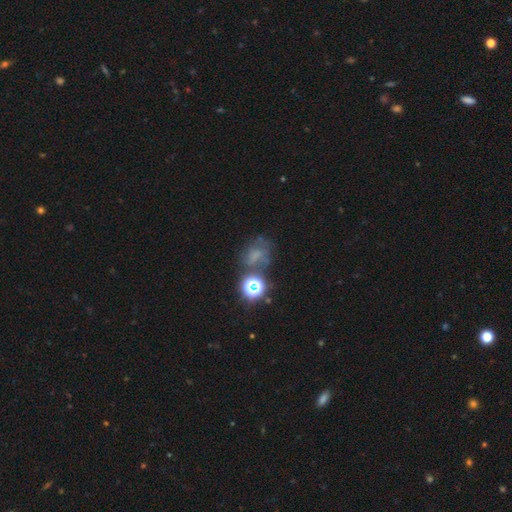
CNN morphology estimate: smooth_or_featured: smooth (p=0.39) [alt: star or artifact p=0.32]
merging: none (p=0.44) [alt: minor disturbance p=0.21]